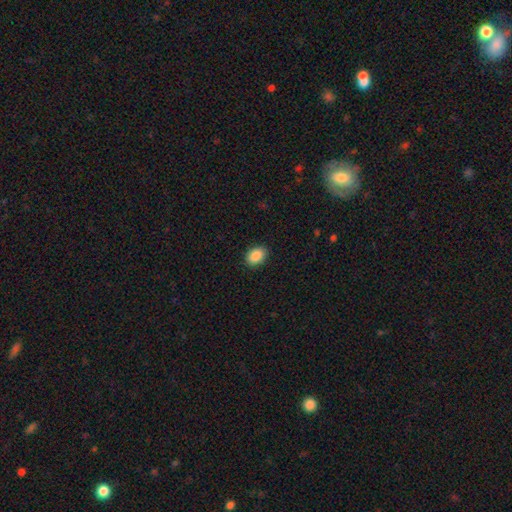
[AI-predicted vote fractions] smooth 89%, star or artifact 8%, featured or disk 3%. Down the decision tree: how rounded — in between (82%); merging — none (89%).